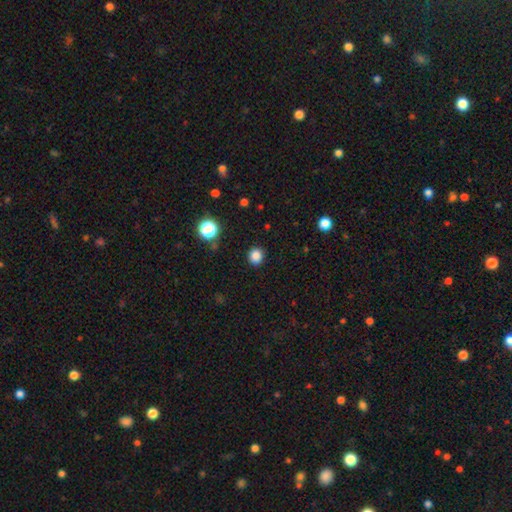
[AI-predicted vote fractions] smooth 84%, star or artifact 13%, featured or disk 3%. Down the decision tree: how rounded — round (84%); merging — none (90%).